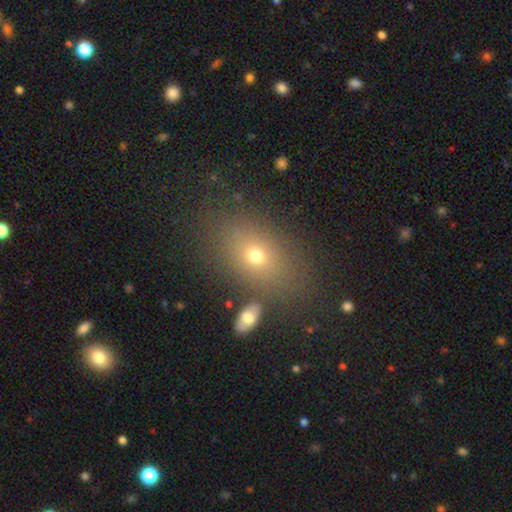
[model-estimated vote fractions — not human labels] Overall: smooth (68%). How rounded: in between (73%). Merging: none (75%).